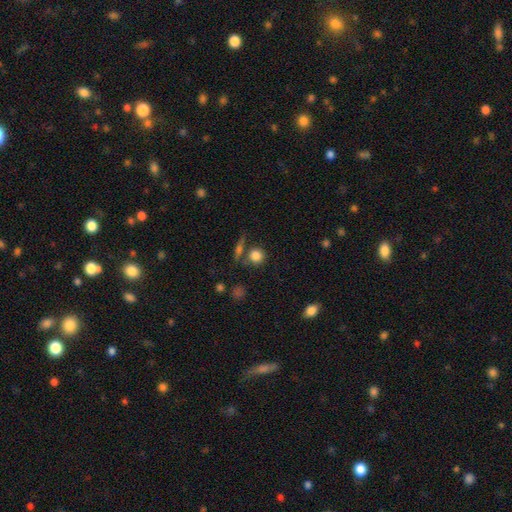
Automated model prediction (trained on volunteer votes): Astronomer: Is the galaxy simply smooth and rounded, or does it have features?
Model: smooth — 82%.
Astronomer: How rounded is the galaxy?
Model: round — 87%.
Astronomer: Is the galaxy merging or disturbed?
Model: none — 70%.